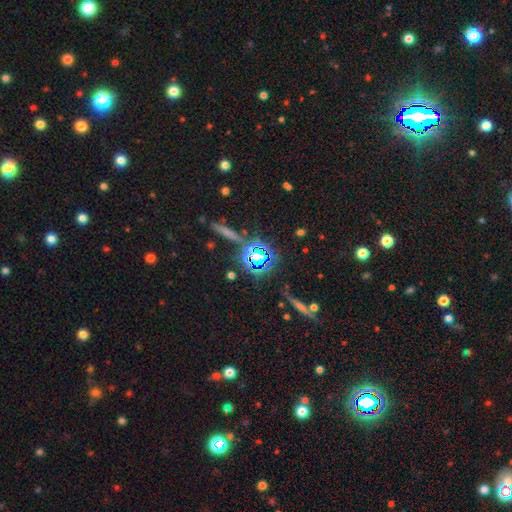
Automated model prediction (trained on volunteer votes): A star or artifact, not a galaxy (59%).

Vote fractions:
- Smooth or featured? star or artifact: 59% / smooth: 28% / featured or disk: 13%